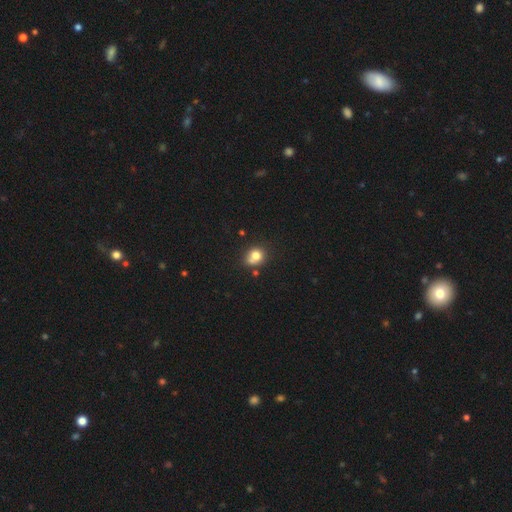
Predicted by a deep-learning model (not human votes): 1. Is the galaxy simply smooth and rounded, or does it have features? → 77% smooth, 12% star or artifact, 11% featured or disk.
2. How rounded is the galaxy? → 72% round, 27% in between, 1% cigar-shaped.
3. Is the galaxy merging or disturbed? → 55% none, 20% minor disturbance, 19% merger, 6% major disturbance.